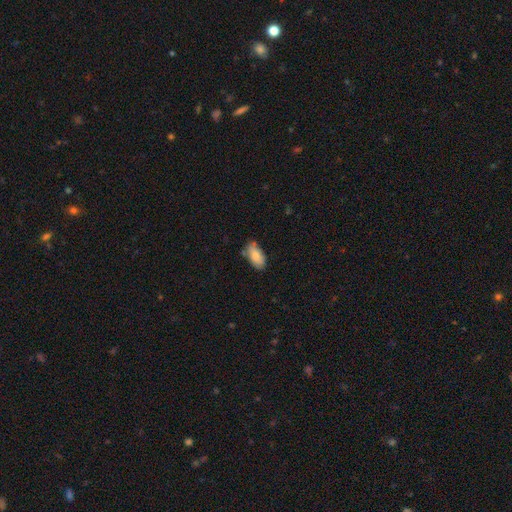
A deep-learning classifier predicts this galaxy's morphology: smooth 82%, featured or disk 12%, star or artifact 7%. Down the decision tree: how rounded — in between (93%); merging — none (71%).